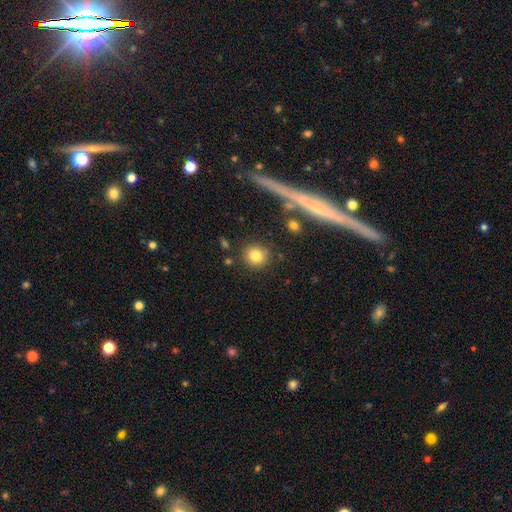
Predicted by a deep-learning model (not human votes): This is clearly a smooth galaxy (80%). How rounded: clearly round (89%). Merging: clearly none (85%).